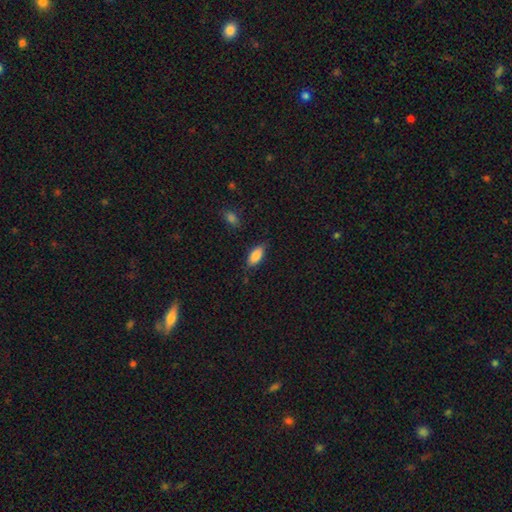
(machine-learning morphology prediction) smooth 86%, featured or disk 8%, star or artifact 7%. Down the decision tree: how rounded — in between (87%); merging — none (81%).